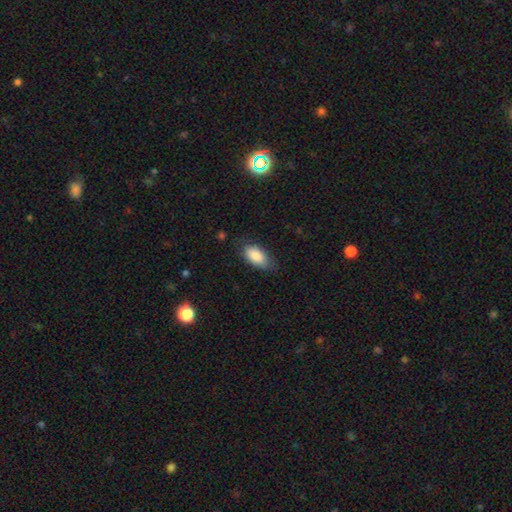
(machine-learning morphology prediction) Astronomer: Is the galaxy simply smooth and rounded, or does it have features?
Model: smooth — 87%.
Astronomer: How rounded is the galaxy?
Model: in between — 92%.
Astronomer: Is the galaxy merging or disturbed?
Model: none — 74%.